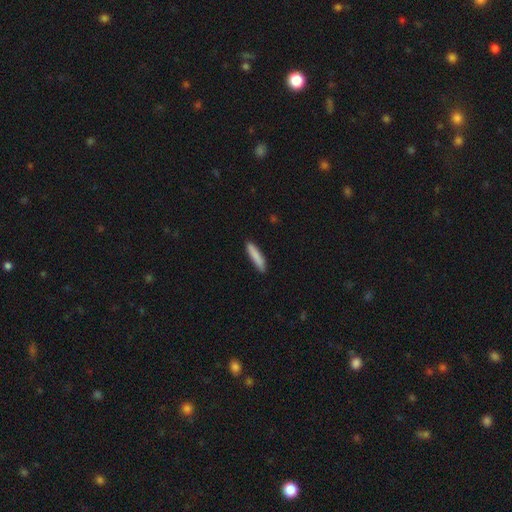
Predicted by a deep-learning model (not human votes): smooth-or-featured: smooth: 86% | featured or disk: 9% | star or artifact: 6%
  how-rounded: cigar-shaped: 87% | in between: 12% | round: 1%
  merging: none: 88% | minor disturbance: 9% | major disturbance: 2% | merger: 1%